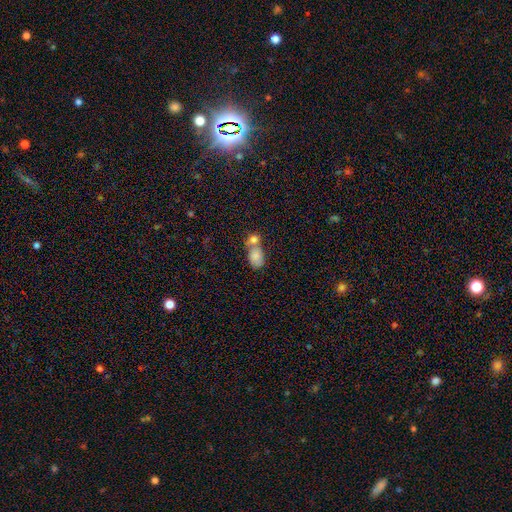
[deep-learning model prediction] Q: Smooth or featured?
A: smooth (80%); runner-up: featured or disk (11%)
Q: How rounded?
A: in between (82%); runner-up: round (16%)
Q: Merging?
A: merger (58%); runner-up: none (27%)